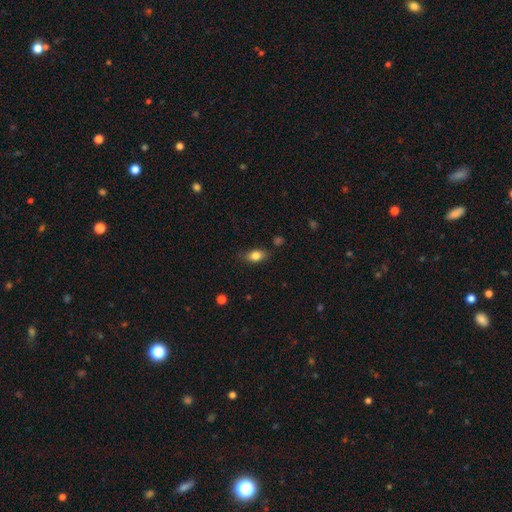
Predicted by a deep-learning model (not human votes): This appears to be a smooth galaxy with no disk features (81%) that is in between round and cigar-shaped (82%). Merging: none (80%).